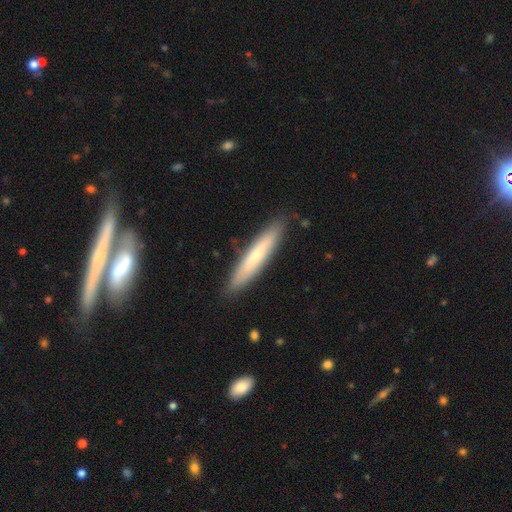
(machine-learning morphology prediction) smooth 56%, featured or disk 35%, star or artifact 9%. Down the decision tree: how rounded — cigar-shaped (86%); merging — none (85%).